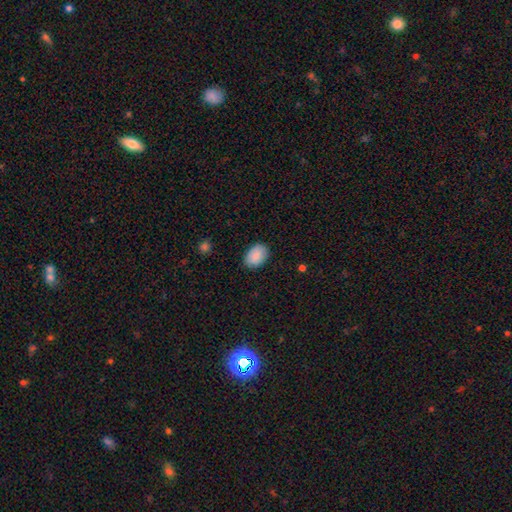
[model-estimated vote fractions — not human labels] Smooth or featured? Predicted: smooth (p=0.88). How rounded? Predicted: in between (p=0.83). Merging? Predicted: none (p=0.86).